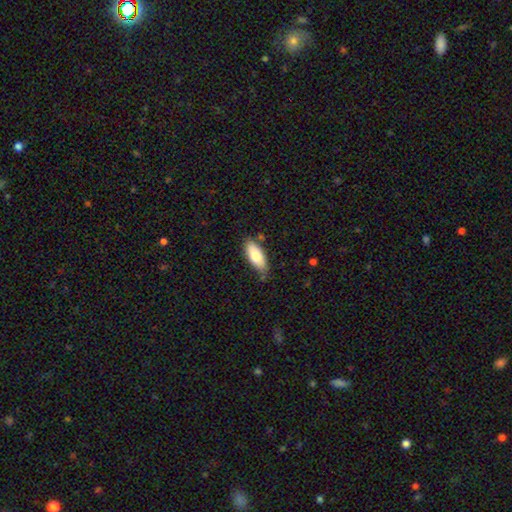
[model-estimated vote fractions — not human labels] Morphology: type=smooth (78%); roundness=in between (82%); merging=none (74%).